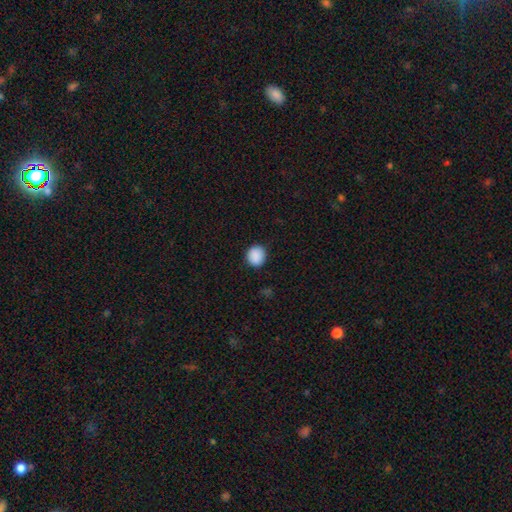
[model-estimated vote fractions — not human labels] This is clearly a smooth galaxy (90%). How rounded: clearly round (84%). Merging: clearly none (90%).